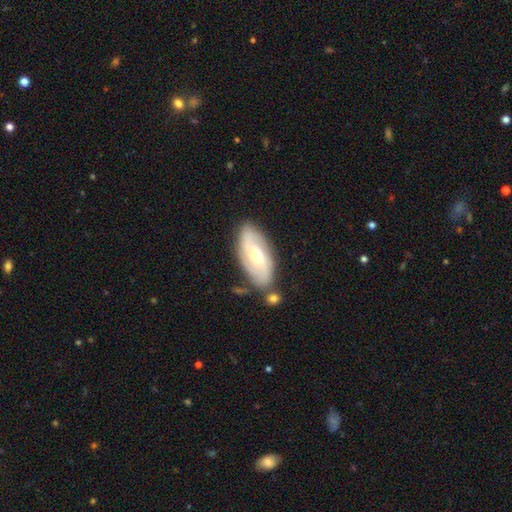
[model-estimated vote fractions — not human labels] Overall: featured or disk (62%; smooth 32%). Edge-on disk: no (91%). Bar: no (53%; weak 37%). Spiral arms: yes (87%). Bulge size: moderate (52%; small 42%). Merging: none (72%).